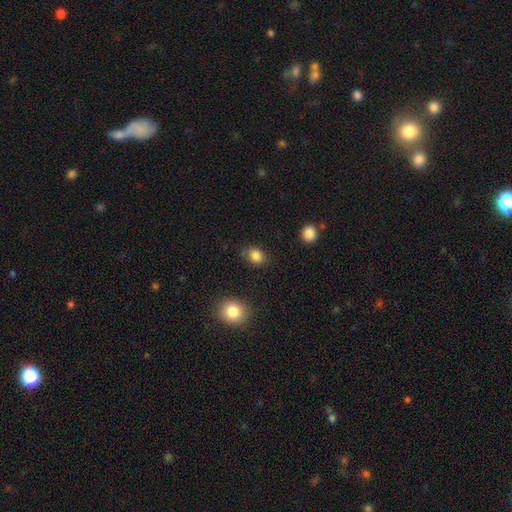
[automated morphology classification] Smooth or featured? smooth (85%)
How rounded? round (50%)
Merging? none (81%)